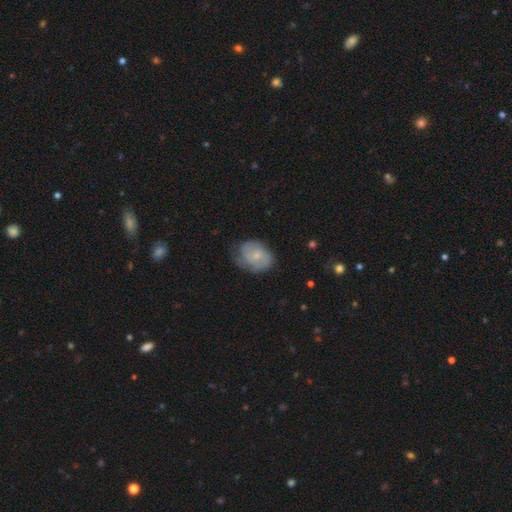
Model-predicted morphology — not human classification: smooth 49%, featured or disk 44%, star or artifact 7%. Down the decision tree: merging — none (54%).